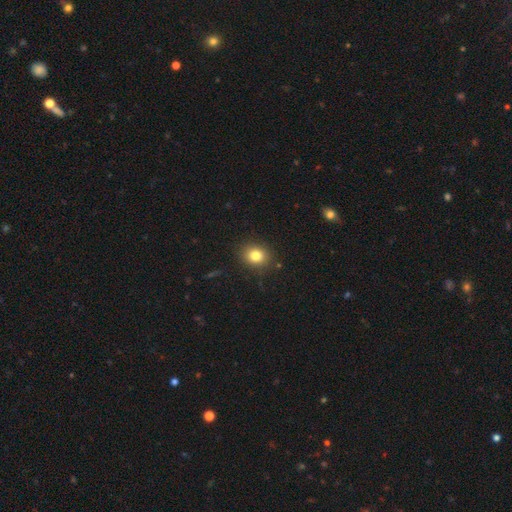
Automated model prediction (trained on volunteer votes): A smooth galaxy with no disk features (81%) that is round (63%). Merging: none (87%).